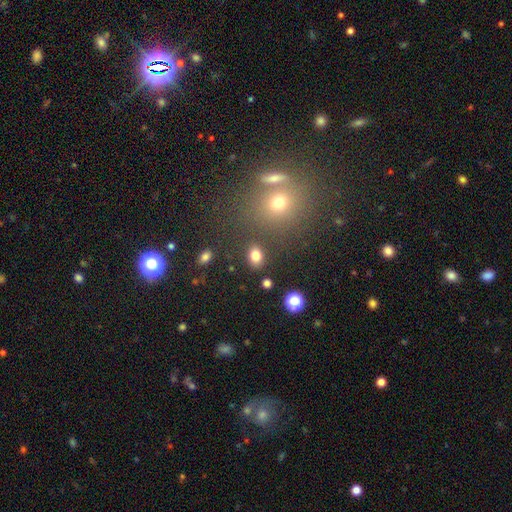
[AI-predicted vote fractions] Smooth or featured? smooth (81%)
How rounded? in between (68%)
Merging? none (83%)